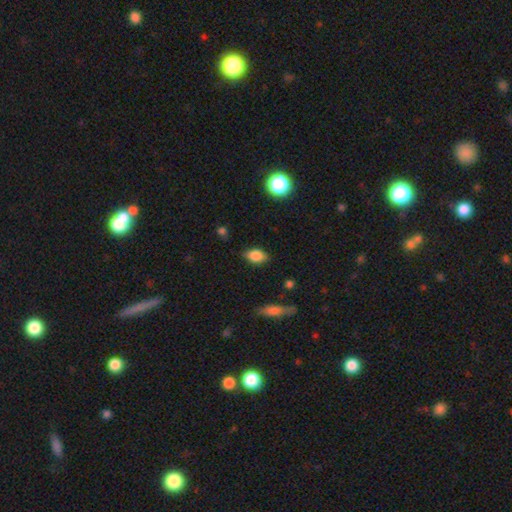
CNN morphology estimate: Overall: smooth (81%). How rounded: in between (86%). Merging: none (80%).